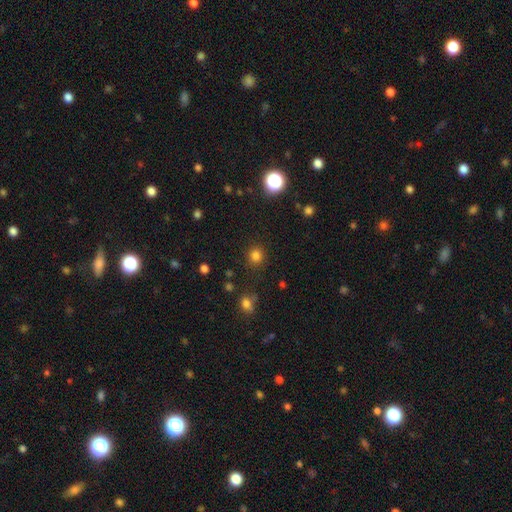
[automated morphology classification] Q: Smooth or featured?
A: smooth (79%); runner-up: star or artifact (16%)
Q: How rounded?
A: round (91%); runner-up: in between (8%)
Q: Merging?
A: none (87%); runner-up: minor disturbance (7%)